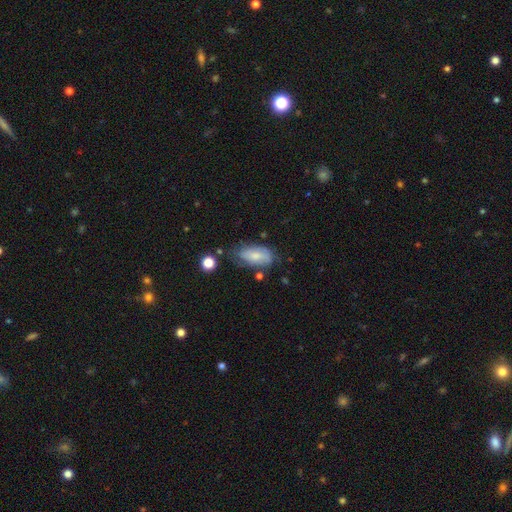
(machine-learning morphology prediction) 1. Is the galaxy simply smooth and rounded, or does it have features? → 62% smooth, 30% featured or disk, 7% star or artifact.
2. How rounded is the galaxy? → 90% in between, 7% cigar-shaped, 3% round.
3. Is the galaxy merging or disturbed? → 57% none, 29% minor disturbance, 10% major disturbance, 4% merger.